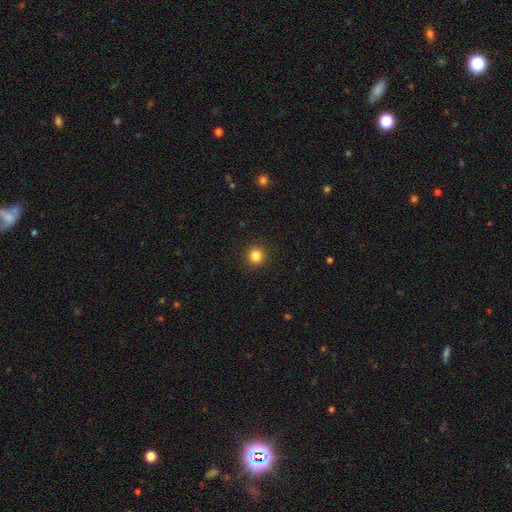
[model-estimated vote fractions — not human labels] This appears to be a smooth galaxy with no disk features (84%) that is round (94%). Merging: none (92%).